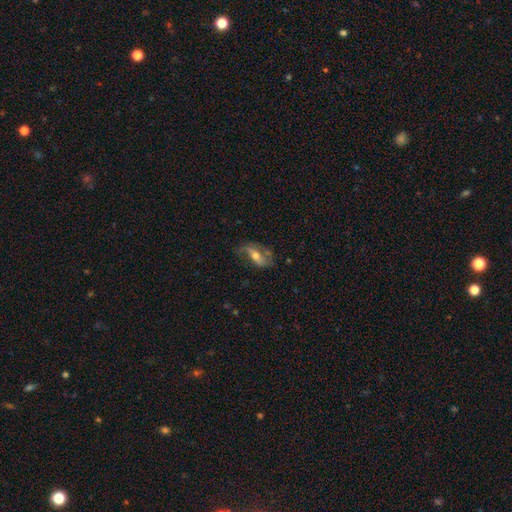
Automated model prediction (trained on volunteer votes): Smooth or featured?
  - featured or disk: 64% *
  - smooth: 28%
  - star or artifact: 8%
Edge-on disk?
  - no: 88% *
  - yes: 12%
Bar?
  - no: 37% *
  - weak: 33%
  - strong: 30%
Spiral arms?
  - yes: 77% *
  - no: 23%
Bulge size?
  - moderate: 64% *
  - small: 27%
  - large: 6%
  - none: 2%
  - dominant: 1%
Merging?
  - none: 52% *
  - minor disturbance: 26%
  - major disturbance: 20%
  - merger: 3%